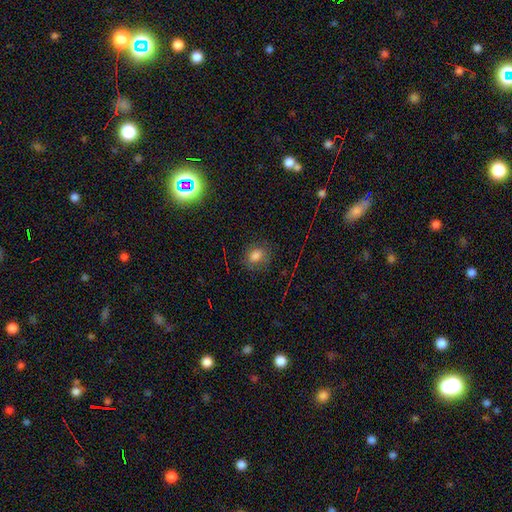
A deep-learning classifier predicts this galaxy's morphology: A smooth galaxy with no disk features (76%) that is in between round and cigar-shaped (56%).

Vote fractions:
- Smooth or featured? smooth: 76% / star or artifact: 15% / featured or disk: 10%
- How rounded? in between: 56% / round: 42% / cigar-shaped: 2%
- Merging? none: 79% / minor disturbance: 14% / major disturbance: 5% / merger: 1%